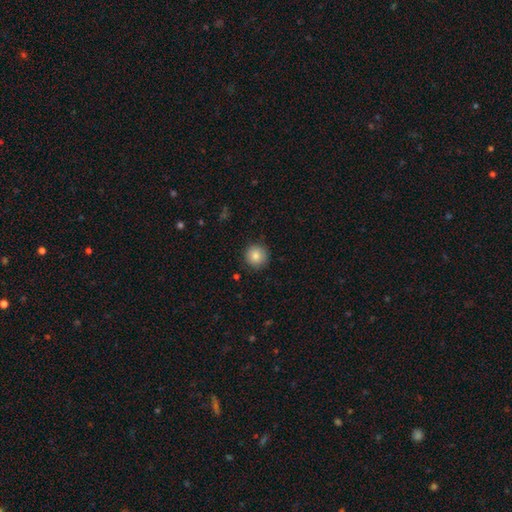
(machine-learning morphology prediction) smooth-or-featured: smooth: 84% | star or artifact: 9% | featured or disk: 7%
  how-rounded: round: 94% | in between: 5% | cigar-shaped: 1%
  merging: none: 89% | minor disturbance: 8% | major disturbance: 2% | merger: 1%